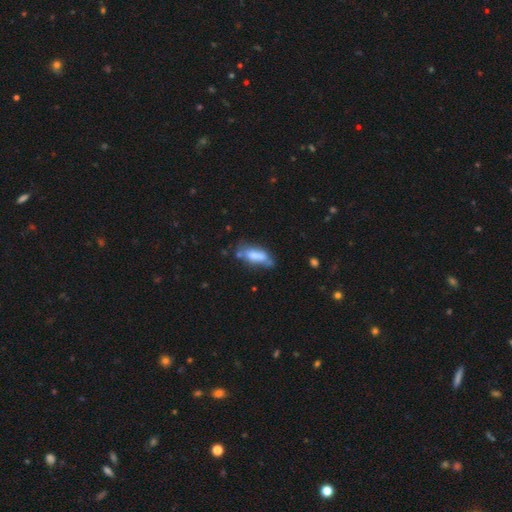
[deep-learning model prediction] Overall: smooth (67%). How rounded: in between (67%; cigar-shaped 31%). Merging: none (43%; minor disturbance 31%).